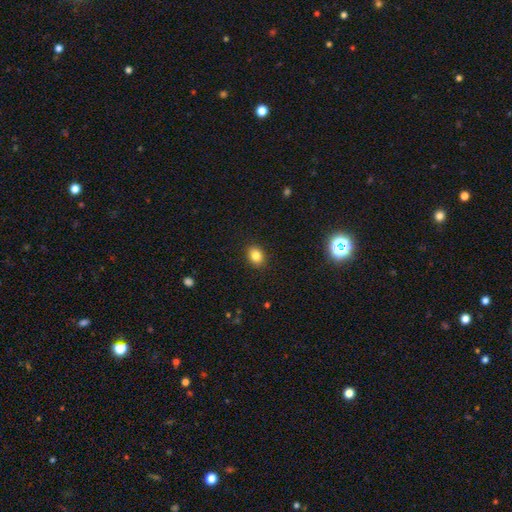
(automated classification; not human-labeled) Smooth or featured? smooth (83%)
How rounded? in between (55%)
Merging? none (90%)